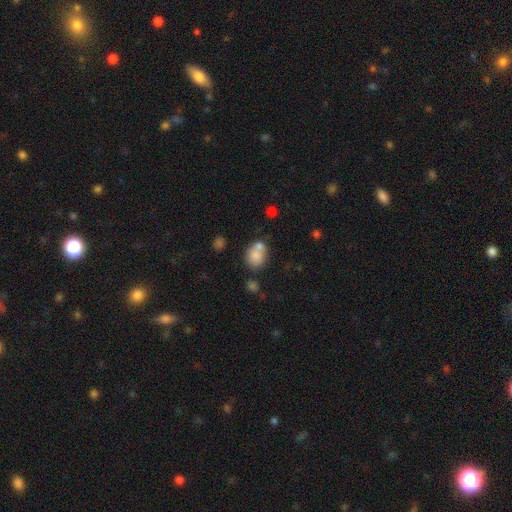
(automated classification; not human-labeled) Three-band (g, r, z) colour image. It shows a smooth galaxy with no disk features (79%) that is in between round and cigar-shaped (50%). Merging: merger (43%).